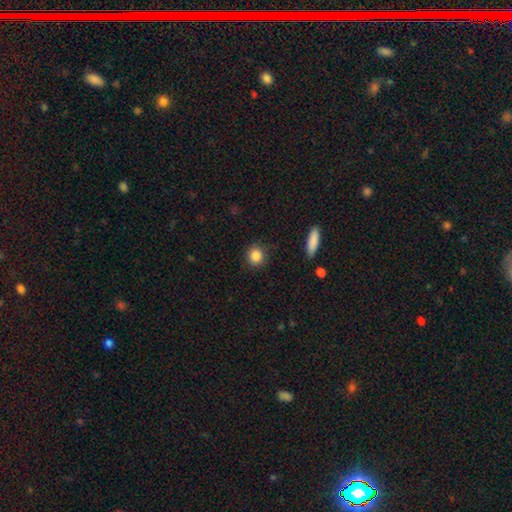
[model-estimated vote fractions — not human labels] A smooth galaxy with no disk features (87%) that is round (87%).

Vote fractions:
- Smooth or featured? smooth: 87% / star or artifact: 8% / featured or disk: 4%
- How rounded? round: 87% / in between: 12% / cigar-shaped: 1%
- Merging? none: 87% / minor disturbance: 9% / major disturbance: 3% / merger: 1%